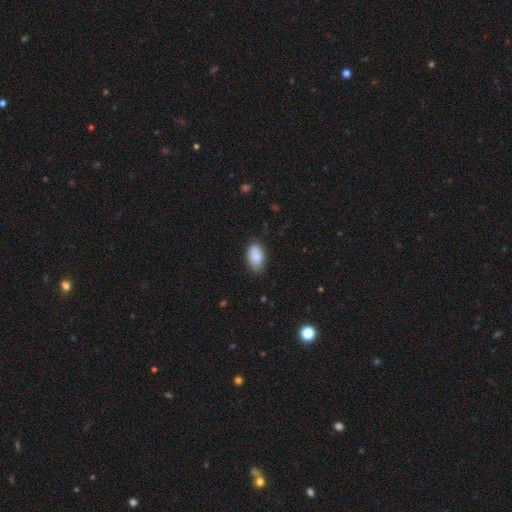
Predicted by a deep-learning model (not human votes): Smooth or featured? smooth (86%)
How rounded? in between (94%)
Merging? none (76%)